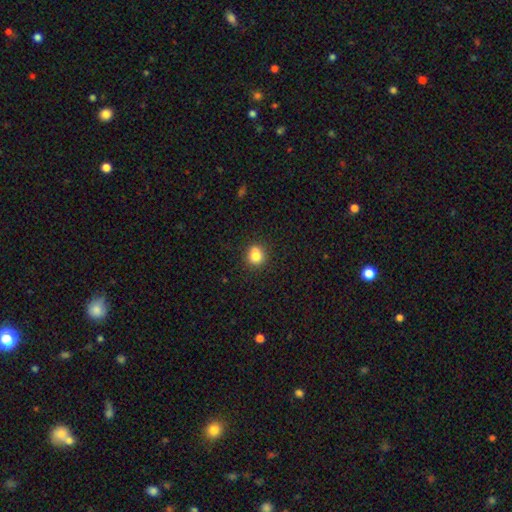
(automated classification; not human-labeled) Smooth or featured?
  - smooth: 81% *
  - star or artifact: 11%
  - featured or disk: 8%
How rounded?
  - round: 79% *
  - in between: 20%
  - cigar-shaped: 1%
Merging?
  - none: 75% *
  - minor disturbance: 15%
  - merger: 6%
  - major disturbance: 3%